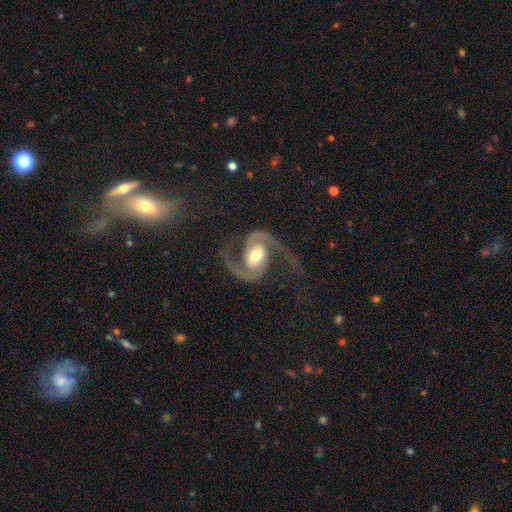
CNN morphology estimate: smooth-or-featured: featured or disk: 93% | star or artifact: 4% | smooth: 3%
  disk-edge-on: no: 98% | yes: 2%
    bar: no: 40% | weak: 35% | strong: 24%
    has-spiral-arms: yes: 98% | no: 2%
      spiral-winding: medium: 55% | loose: 32% | tight: 13%
      spiral-arm-count: 2: 95% | 1: 1% | can't tell: 1% | 3: 1% | 4: 1% | more than 4: 1%
    bulge-size: moderate: 71% | small: 16% | large: 11% | dominant: 1% | none: 1%
  merging: none: 75% | minor disturbance: 12% | major disturbance: 11% | merger: 2%